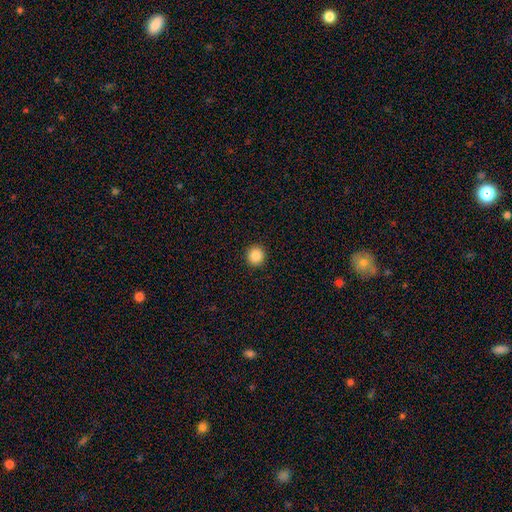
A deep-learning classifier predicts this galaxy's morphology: type=smooth (86%); roundness=round (94%); merging=none (93%).